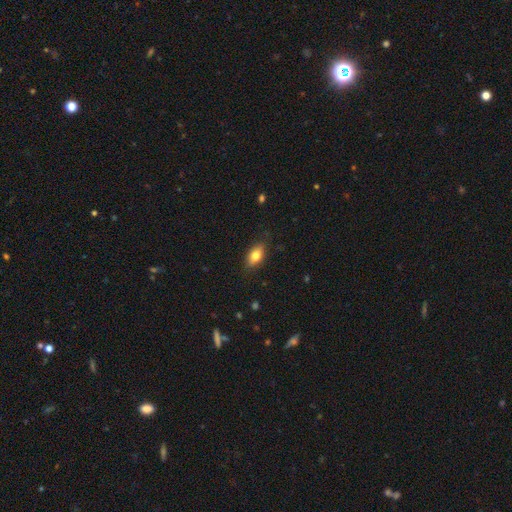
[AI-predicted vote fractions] Overall: smooth (77%). How rounded: in between (85%). Merging: none (84%).